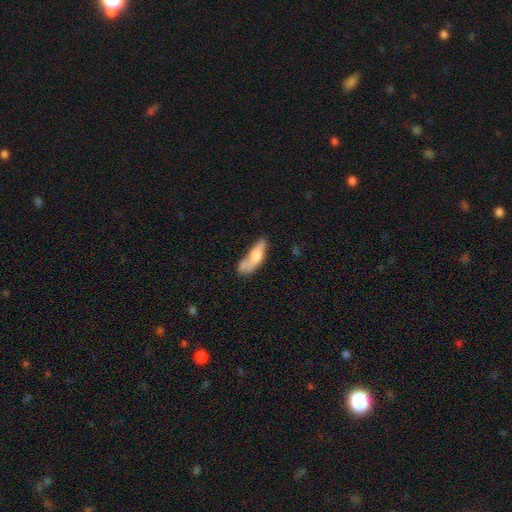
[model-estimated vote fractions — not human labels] Overall: smooth (59%; featured or disk 34%). How rounded: in between (53%; cigar-shaped 44%). Merging: none (36%; minor disturbance 25%).